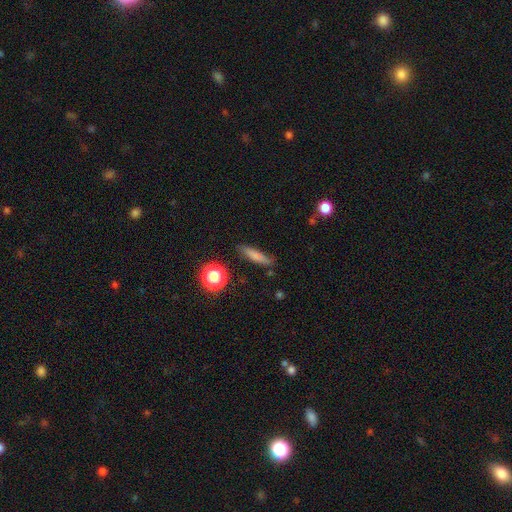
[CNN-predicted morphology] smooth_or_featured: smooth (p=0.73) [alt: featured or disk p=0.15]
how_rounded: cigar-shaped (p=0.79) [alt: in between p=0.17]
merging: none (p=0.83) [alt: minor disturbance p=0.12]